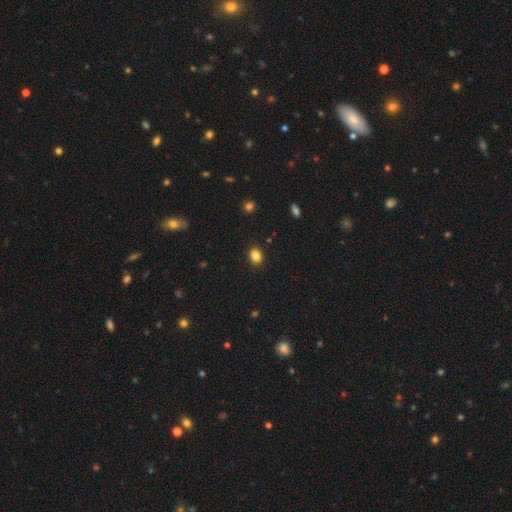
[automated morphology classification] smooth-or-featured: smooth: 85% | star or artifact: 11% | featured or disk: 4%
  how-rounded: in between: 52% | round: 47% | cigar-shaped: 1%
  merging: none: 89% | minor disturbance: 7% | major disturbance: 2% | merger: 1%